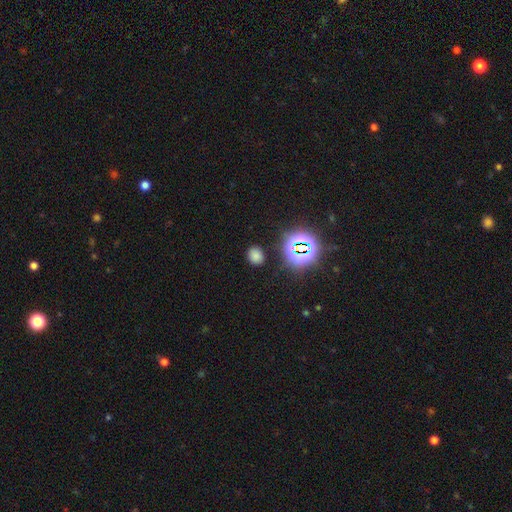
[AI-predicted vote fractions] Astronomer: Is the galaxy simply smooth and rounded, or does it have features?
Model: smooth — 71%.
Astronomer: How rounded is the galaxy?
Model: round — 63%.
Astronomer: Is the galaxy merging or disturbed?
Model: none — 85%.